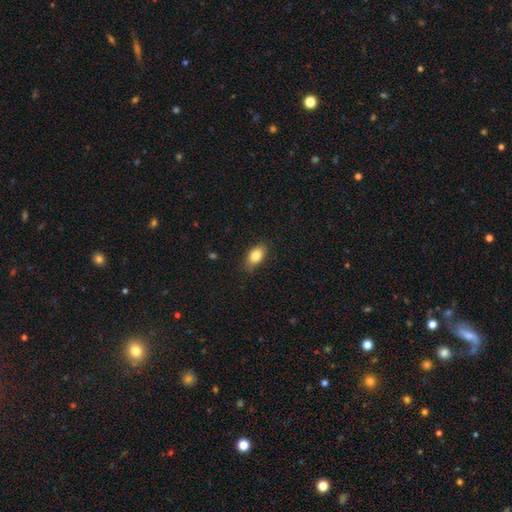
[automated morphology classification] This is clearly a smooth galaxy (82%). How rounded: clearly in between (89%). Merging: clearly none (82%).